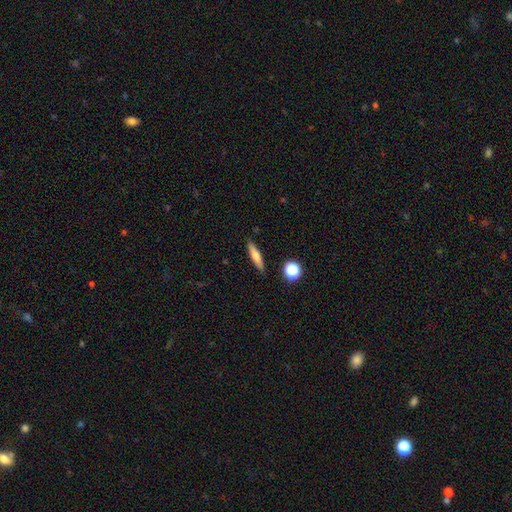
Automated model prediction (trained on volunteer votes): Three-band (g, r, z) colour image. It shows a smooth galaxy with no disk features (63%) that is cigar-shaped (79%). Merging: none (88%).